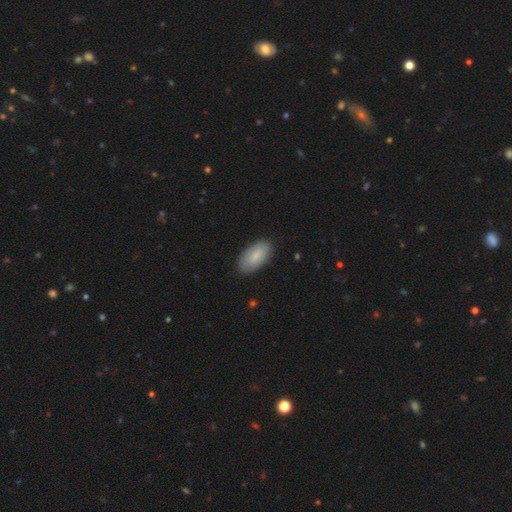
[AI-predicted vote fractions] The model was most divided on "smooth or featured": smooth: 84%, featured or disk: 10%, star or artifact: 6%. More confident: how rounded — in between (93%); merging — none (85%).